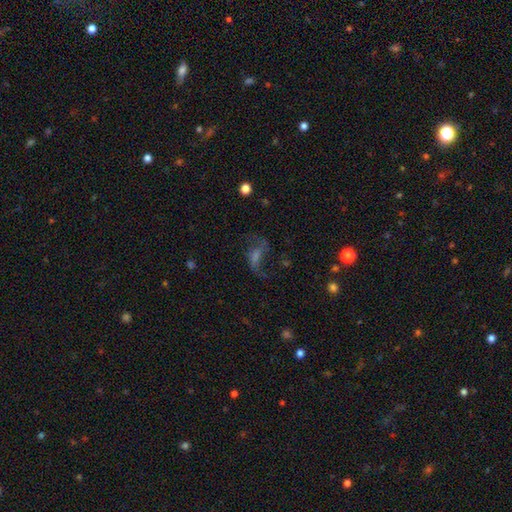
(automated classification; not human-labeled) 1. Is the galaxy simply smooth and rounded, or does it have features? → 57% featured or disk, 22% star or artifact, 21% smooth.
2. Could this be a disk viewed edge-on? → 93% no, 7% yes.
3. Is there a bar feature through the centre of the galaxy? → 47% no, 39% weak, 14% strong.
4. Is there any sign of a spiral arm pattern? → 82% yes, 18% no.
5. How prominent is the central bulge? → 33% small, 30% none, 27% moderate, 8% large, 2% dominant.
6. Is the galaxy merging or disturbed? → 53% none, 27% major disturbance, 17% minor disturbance, 4% merger.